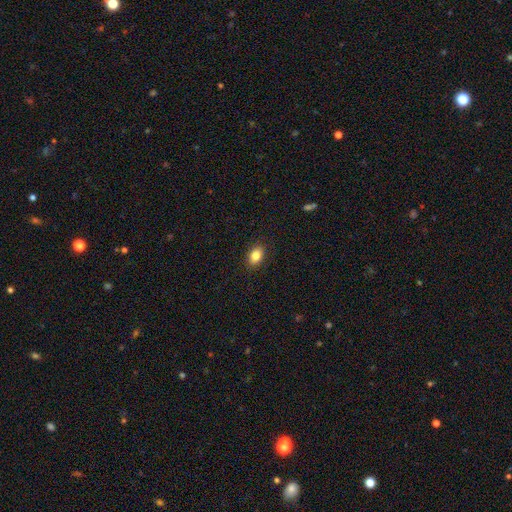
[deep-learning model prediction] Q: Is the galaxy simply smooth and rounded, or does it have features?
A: smooth — 84%.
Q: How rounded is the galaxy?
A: in between — 81%.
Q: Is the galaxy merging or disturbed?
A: none — 89%.